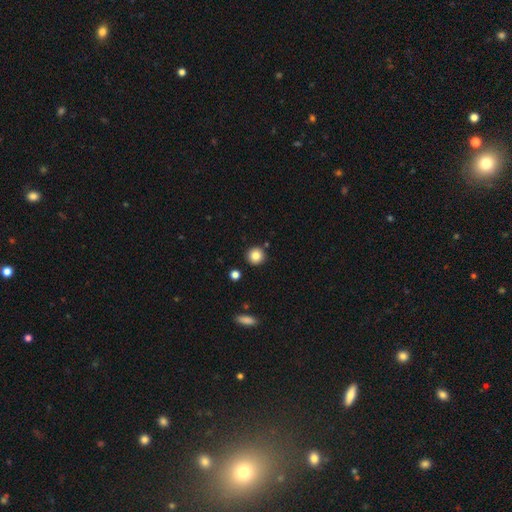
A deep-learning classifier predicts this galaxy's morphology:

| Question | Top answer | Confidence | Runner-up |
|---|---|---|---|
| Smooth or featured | smooth | 84% | star or artifact (10%) |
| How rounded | round | 93% | in between (6%) |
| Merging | none | 88% | minor disturbance (7%) |